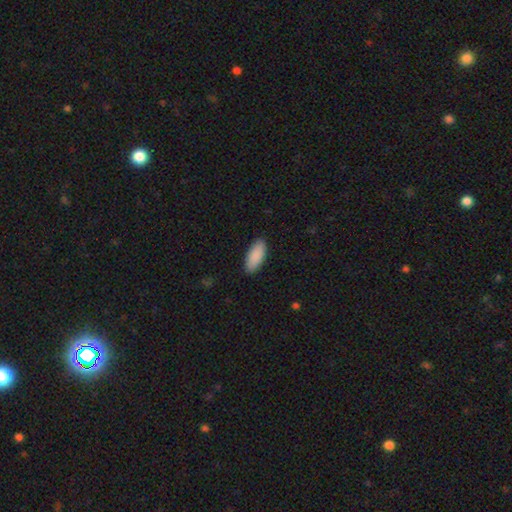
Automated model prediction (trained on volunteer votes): Morphology: type=smooth (90%); roundness=in between (86%); merging=none (88%).